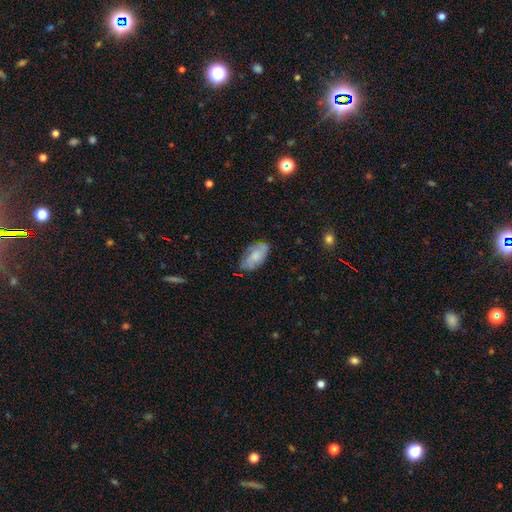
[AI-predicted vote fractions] smooth 59%, featured or disk 33%, star or artifact 7%. Down the decision tree: how rounded — in between (92%); merging — none (70%).